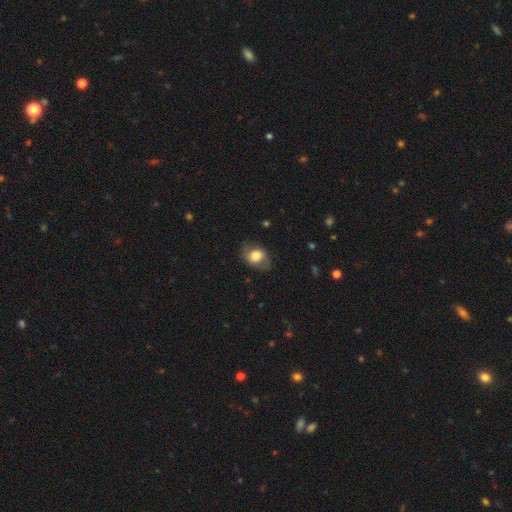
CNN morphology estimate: smooth-or-featured: smooth: 68% | featured or disk: 24% | star or artifact: 8%
  how-rounded: in between: 62% | round: 37% | cigar-shaped: 1%
  merging: none: 72% | minor disturbance: 19% | major disturbance: 8% | merger: 1%